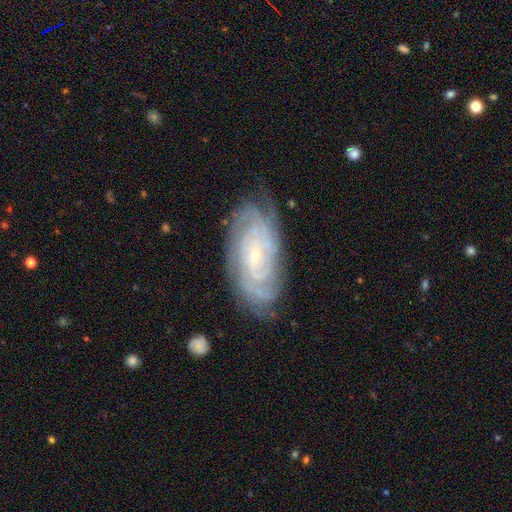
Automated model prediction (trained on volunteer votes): featured or disk 86%, smooth 8%, star or artifact 6%. Down the decision tree: edge-on disk — no (95%); bar — no (65%); spiral arms — yes (97%); spiral arm count — can't tell (31%); spiral winding — tight (80%); bulge size — small (80%); merging — none (78%).